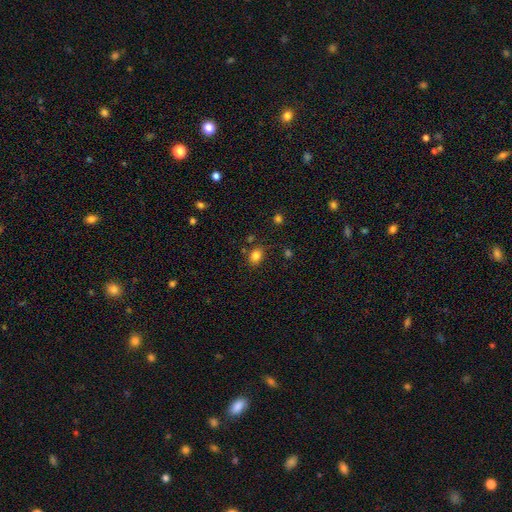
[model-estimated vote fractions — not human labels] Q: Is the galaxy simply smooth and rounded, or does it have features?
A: smooth — 82%.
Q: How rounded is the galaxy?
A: in between — 51%.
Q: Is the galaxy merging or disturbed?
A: none — 79%.